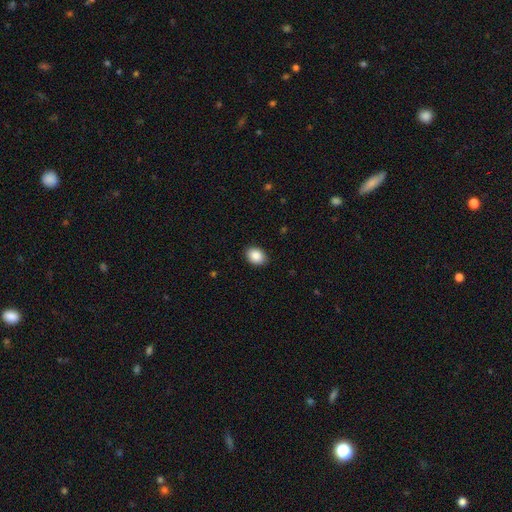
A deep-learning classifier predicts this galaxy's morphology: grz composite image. It shows a smooth galaxy with no disk features (88%) that is in between round and cigar-shaped (68%). Merging: none (89%).